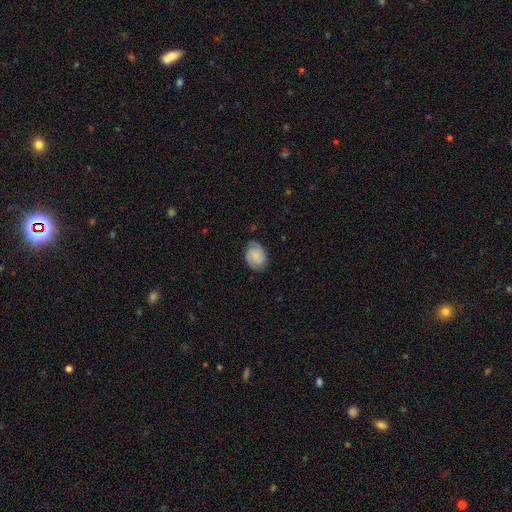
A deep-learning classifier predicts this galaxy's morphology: Smooth or featured? Predicted: featured or disk (p=0.53). Edge-on disk? Predicted: no (p=0.97). Bar? Predicted: no (p=0.67). Spiral arms? Predicted: yes (p=0.92). Bulge size? Predicted: small (p=0.46). Merging? Predicted: none (p=0.73).